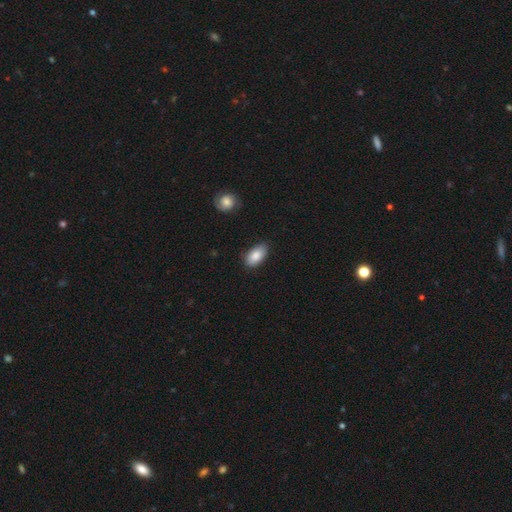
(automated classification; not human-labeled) A smooth galaxy with no disk features (85%) that is in between round and cigar-shaped (94%).

Vote fractions:
- Smooth or featured? smooth: 85% / featured or disk: 8% / star or artifact: 6%
- How rounded? in between: 94% / round: 3% / cigar-shaped: 3%
- Merging? none: 81% / minor disturbance: 15% / major disturbance: 2% / merger: 2%